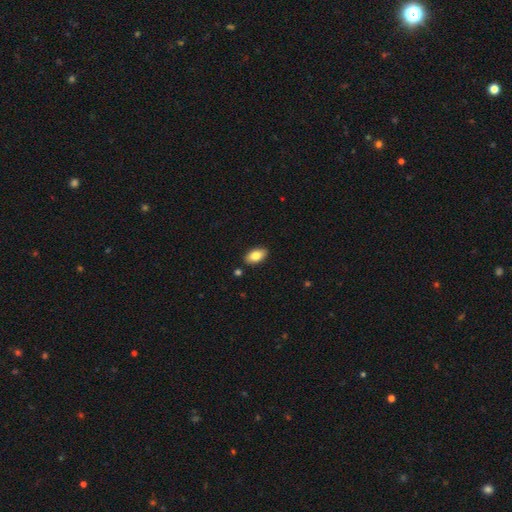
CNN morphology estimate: A smooth galaxy with no disk features (81%) that is in between round and cigar-shaped (94%).

Vote fractions:
- Smooth or featured? smooth: 81% / featured or disk: 12% / star or artifact: 7%
- How rounded? in between: 94% / round: 4% / cigar-shaped: 3%
- Merging? none: 88% / minor disturbance: 8% / merger: 2% / major disturbance: 2%